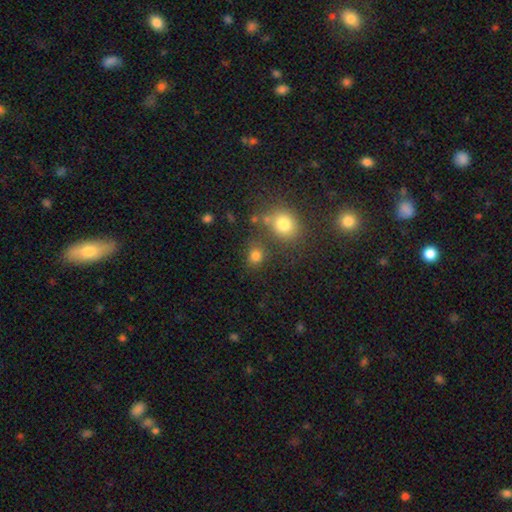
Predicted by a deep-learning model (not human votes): Smooth or featured? smooth (79%)
How rounded? round (76%)
Merging? none (73%)